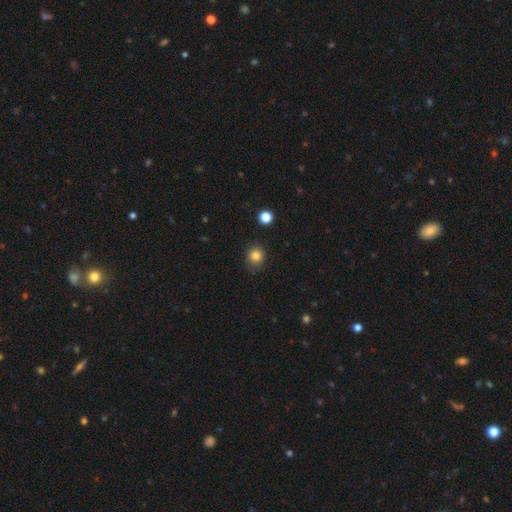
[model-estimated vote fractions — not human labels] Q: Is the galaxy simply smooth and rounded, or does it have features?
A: smooth — 82%.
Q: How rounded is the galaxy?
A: round — 86%.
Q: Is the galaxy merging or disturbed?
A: none — 82%.